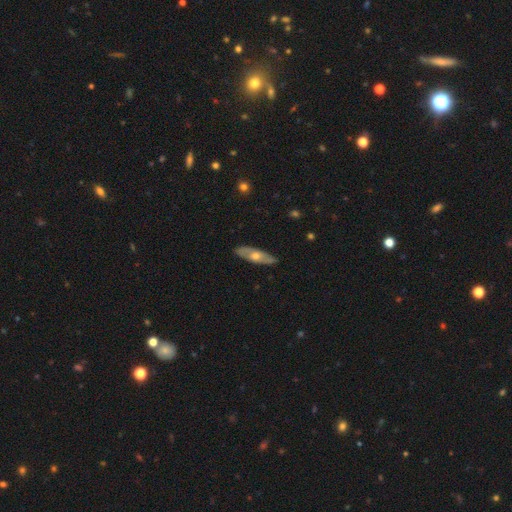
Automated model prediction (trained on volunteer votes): Smooth or featured? Predicted: featured or disk (p=0.56). Edge-on disk? Predicted: no (p=0.57). Merging? Predicted: none (p=0.86).